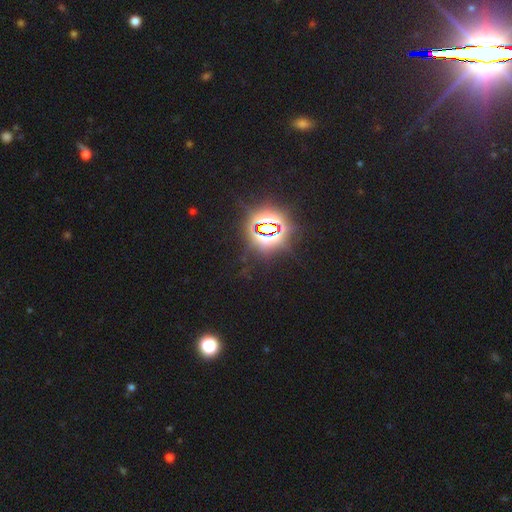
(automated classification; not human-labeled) Smooth or featured? star or artifact (84%)